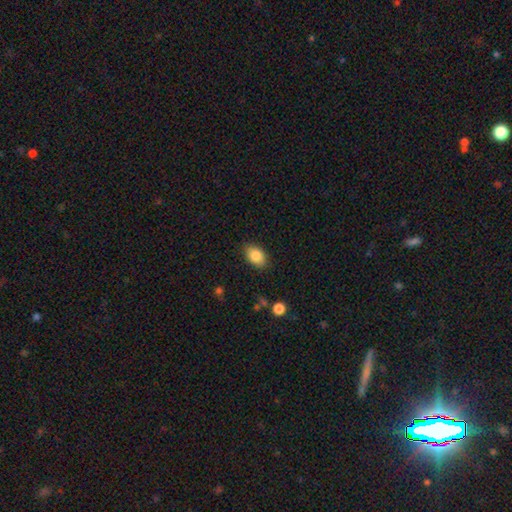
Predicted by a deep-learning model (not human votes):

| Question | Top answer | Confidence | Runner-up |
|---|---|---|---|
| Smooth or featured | smooth | 85% | star or artifact (8%) |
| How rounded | in between | 86% | round (13%) |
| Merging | none | 85% | minor disturbance (11%) |